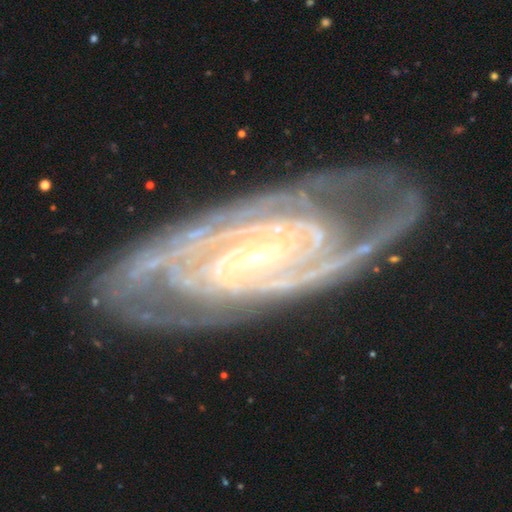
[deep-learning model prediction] Smooth or featured?
  - featured or disk: 91% *
  - star or artifact: 5%
  - smooth: 4%
Edge-on disk?
  - no: 93% *
  - yes: 7%
Bar?
  - no: 39% *
  - weak: 36%
  - strong: 25%
Spiral arms?
  - yes: 98% *
  - no: 2%
Spiral winding?
  - tight: 67% *
  - medium: 28%
  - loose: 5%
Spiral arm count?
  - 2: 37% *
  - can't tell: 21%
  - 3: 16%
  - 4: 11%
  - more than 4: 8%
  - 1: 7%
Bulge size?
  - small: 83% *
  - moderate: 13%
  - none: 2%
  - large: 1%
  - dominant: 1%
Merging?
  - none: 75% *
  - minor disturbance: 16%
  - major disturbance: 7%
  - merger: 2%